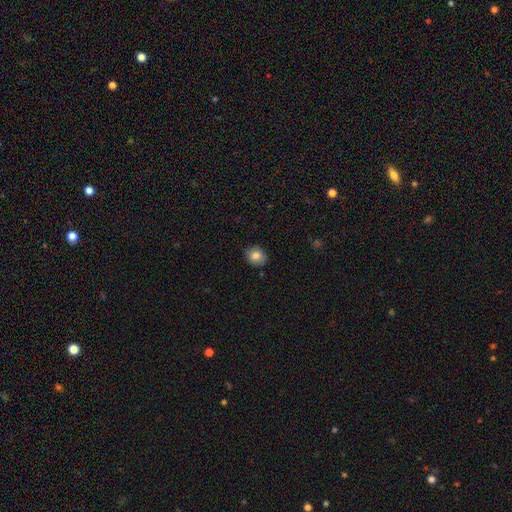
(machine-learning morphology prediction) Smooth or featured?
  - smooth: 81% *
  - featured or disk: 10%
  - star or artifact: 9%
How rounded?
  - round: 61% *
  - in between: 38%
  - cigar-shaped: 1%
Merging?
  - none: 87% *
  - minor disturbance: 10%
  - major disturbance: 2%
  - merger: 1%